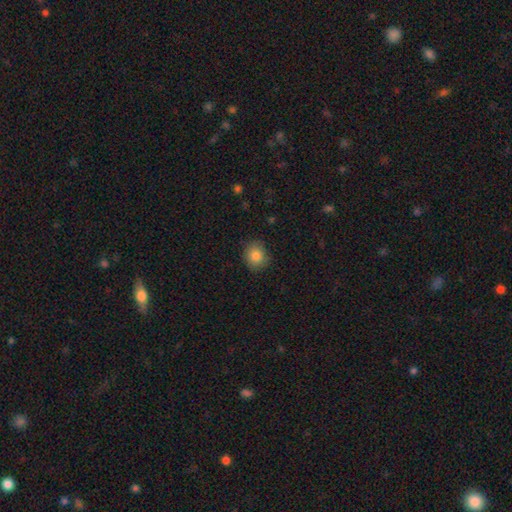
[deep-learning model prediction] The model was most divided on "how rounded": round: 75%, in between: 24%, cigar-shaped: 1%. More confident: smooth or featured — smooth (84%); merging — none (84%).